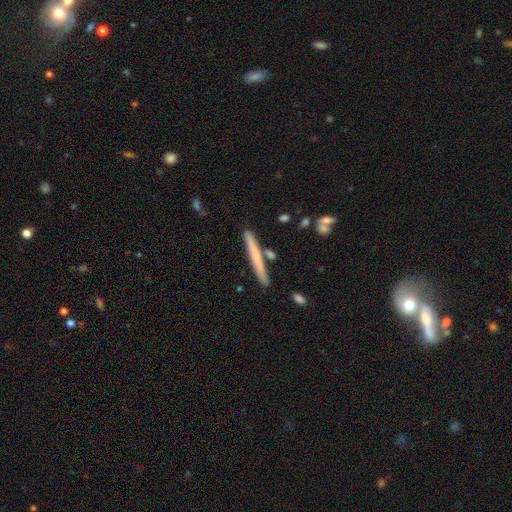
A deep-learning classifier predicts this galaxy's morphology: This appears to be a smooth galaxy with no disk features (60%) that is cigar-shaped (96%). Merging: none (85%).